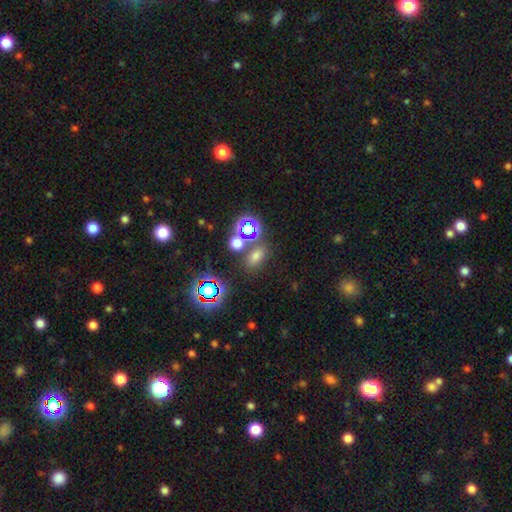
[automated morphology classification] Overall: smooth (62%; star or artifact 30%). How rounded: in between (70%). Merging: none (70%).